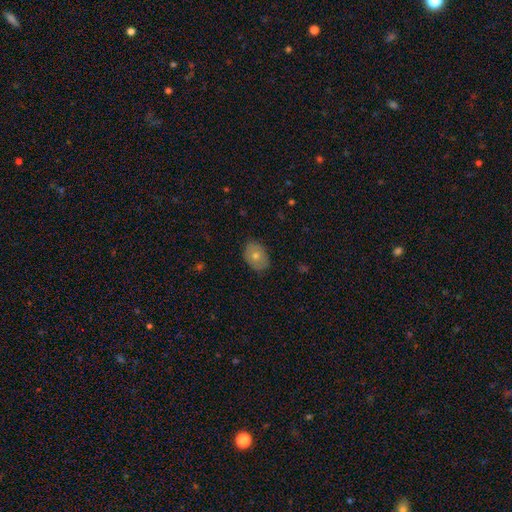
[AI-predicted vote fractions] Morphology: type=smooth (70%); roundness=in between (70%); merging=none (82%).